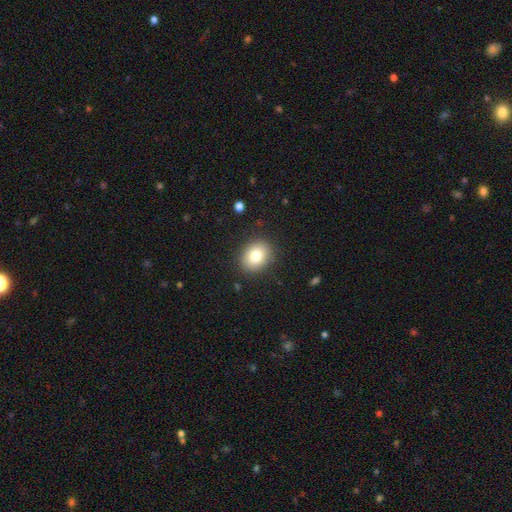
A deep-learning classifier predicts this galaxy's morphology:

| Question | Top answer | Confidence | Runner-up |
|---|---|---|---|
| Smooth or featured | smooth | 80% | featured or disk (10%) |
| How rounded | in between | 50% | tied: round (50%) |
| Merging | none | 88% | minor disturbance (8%) |